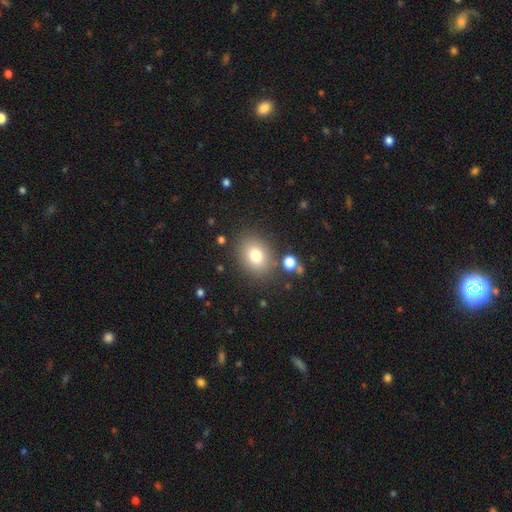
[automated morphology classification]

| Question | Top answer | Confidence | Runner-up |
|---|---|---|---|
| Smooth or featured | smooth | 78% | star or artifact (11%) |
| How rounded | in between | 60% | round (39%) |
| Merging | none | 80% | minor disturbance (11%) |